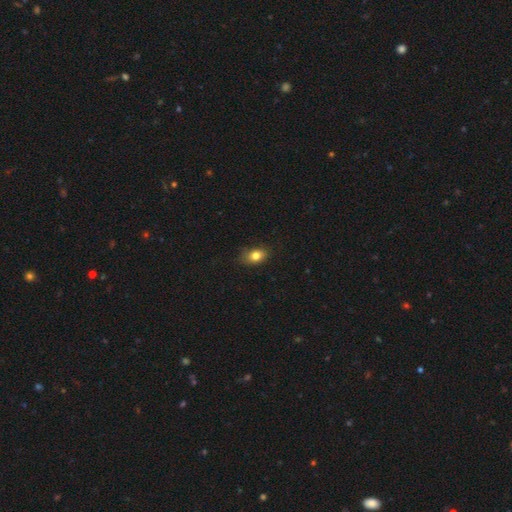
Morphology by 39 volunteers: This is clearly a smooth galaxy (87%). How rounded: likely in between (74%). Merging: clearly none (81%).